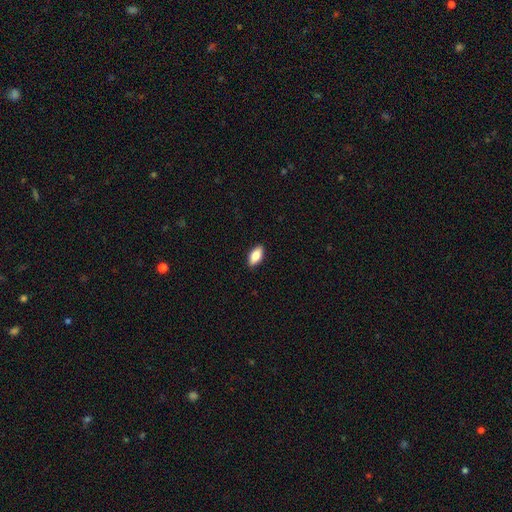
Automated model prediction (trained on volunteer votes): smooth 78%, featured or disk 15%, star or artifact 7%. Down the decision tree: how rounded — in between (88%); merging — none (90%).